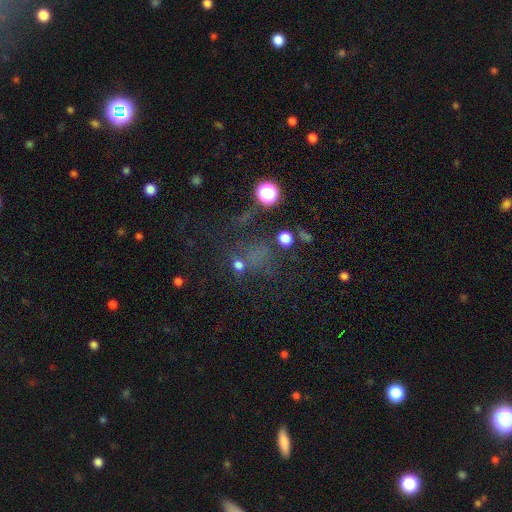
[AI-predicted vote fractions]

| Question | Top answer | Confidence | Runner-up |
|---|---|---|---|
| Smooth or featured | star or artifact | 44% | smooth (39%) |